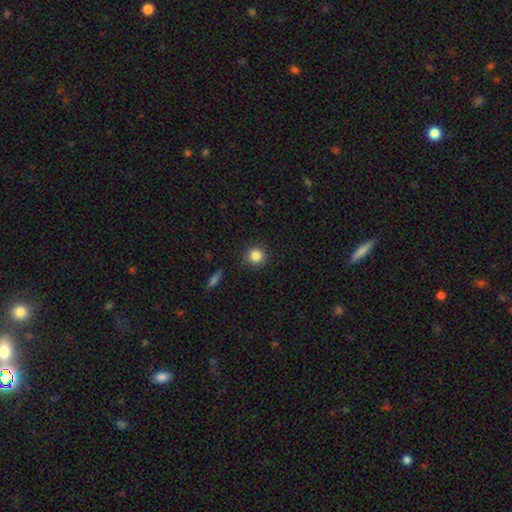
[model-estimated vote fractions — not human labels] The model was most divided on "smooth or featured": smooth: 85%, star or artifact: 10%, featured or disk: 5%. More confident: how rounded — round (94%); merging — none (90%).